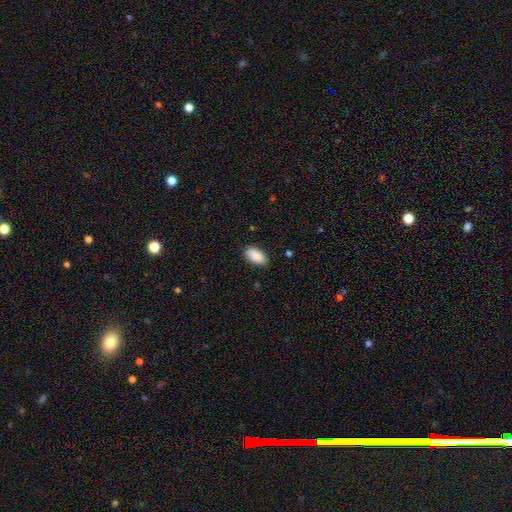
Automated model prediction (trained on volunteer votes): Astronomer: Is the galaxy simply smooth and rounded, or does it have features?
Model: smooth — 90%.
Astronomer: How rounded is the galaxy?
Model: in between — 95%.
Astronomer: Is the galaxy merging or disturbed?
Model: none — 85%.